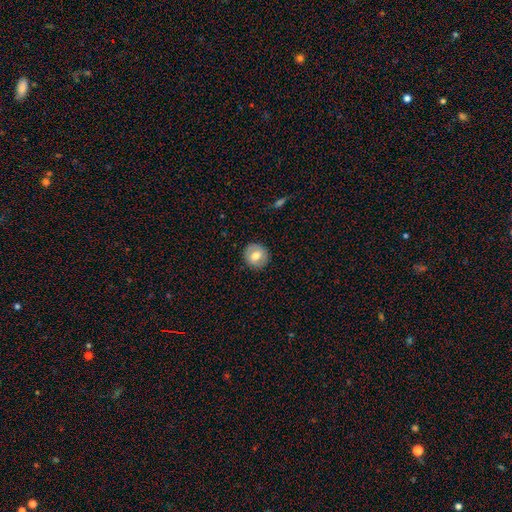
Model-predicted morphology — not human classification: The model was most divided on "smooth or featured": smooth: 67%, featured or disk: 25%, star or artifact: 7%. More confident: merging — none (89%); how rounded — round (89%).